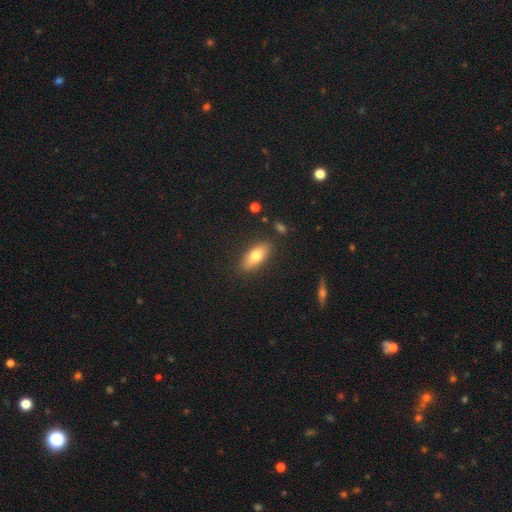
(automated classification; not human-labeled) A smooth galaxy with no disk features (72%) that is in between round and cigar-shaped (82%).

Vote fractions:
- Smooth or featured? smooth: 72% / featured or disk: 20% / star or artifact: 7%
- How rounded? in between: 82% / cigar-shaped: 14% / round: 4%
- Merging? none: 85% / minor disturbance: 10% / major disturbance: 3% / merger: 2%